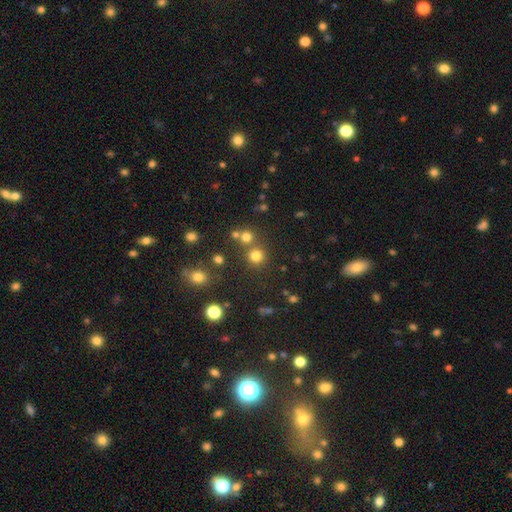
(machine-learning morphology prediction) type=smooth (75%); roundness=round (92%); merging=none (73%).